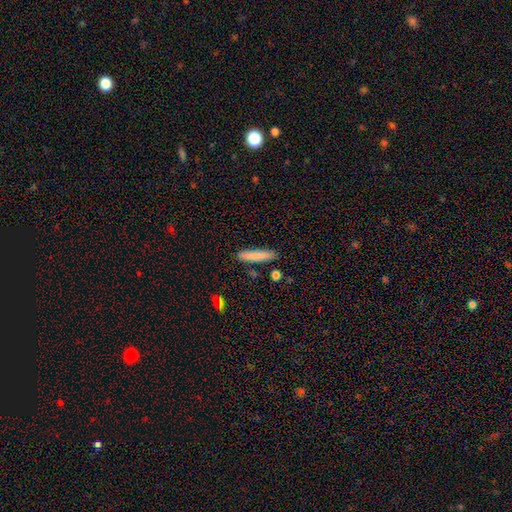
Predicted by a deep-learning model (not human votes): Q: Smooth or featured?
A: smooth (82%); runner-up: featured or disk (11%)
Q: How rounded?
A: cigar-shaped (88%); runner-up: in between (11%)
Q: Merging?
A: none (86%); runner-up: minor disturbance (9%)